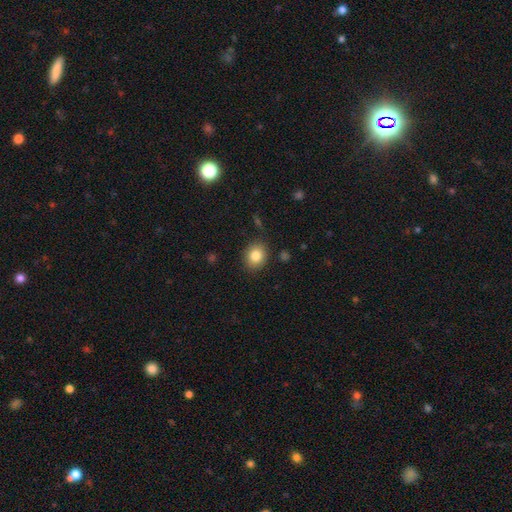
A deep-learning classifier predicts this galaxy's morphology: smooth 84%, star or artifact 9%, featured or disk 7%. Down the decision tree: how rounded — round (60%); merging — none (86%).